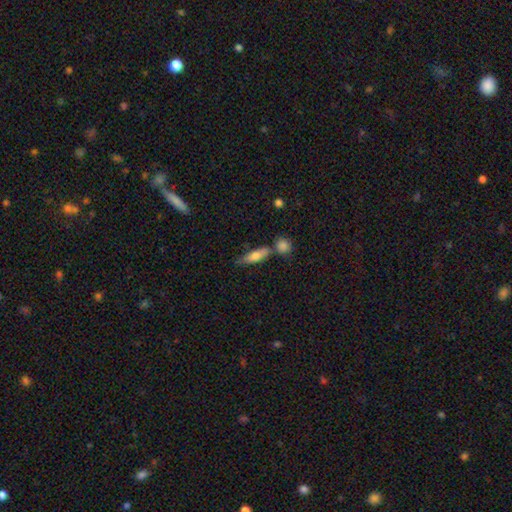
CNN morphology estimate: smooth_or_featured: smooth (p=0.68) [alt: featured or disk p=0.25]
how_rounded: cigar-shaped (p=0.59) [alt: in between p=0.38]
merging: none (p=0.58) [alt: merger p=0.21]